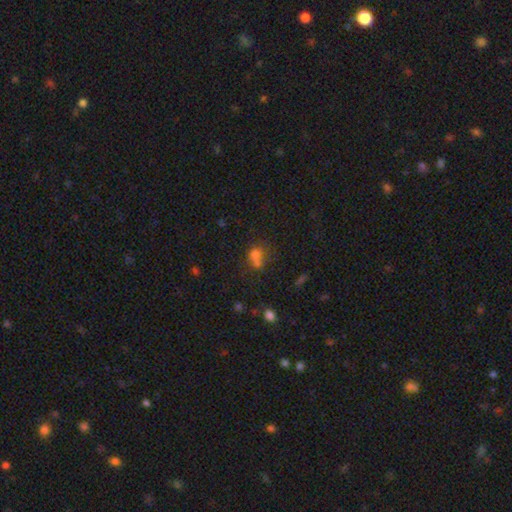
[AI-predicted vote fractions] Q: Smooth or featured?
A: smooth (67%); runner-up: star or artifact (19%)
Q: How rounded?
A: round (70%); runner-up: in between (29%)
Q: Merging?
A: merger (51%); runner-up: none (34%)